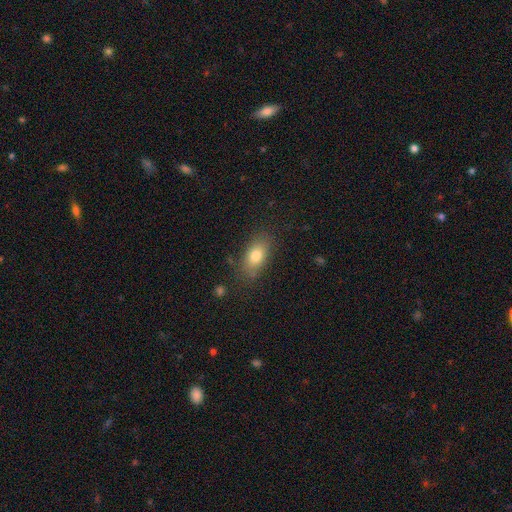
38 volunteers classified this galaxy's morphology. Smooth or featured: smooth — 87% (featured or disk — 8%)
How rounded: in between — 91% (cigar-shaped — 6%)
Merging: none — 75% (minor disturbance — 17%)